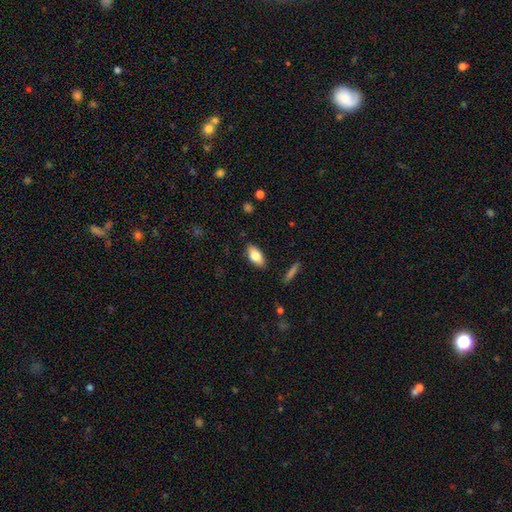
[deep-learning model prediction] The model was most divided on "smooth or featured": smooth: 79%, featured or disk: 14%, star or artifact: 7%. More confident: how rounded — in between (87%); merging — none (85%).